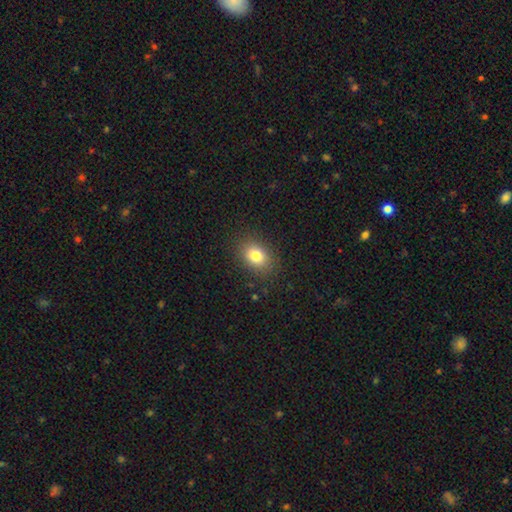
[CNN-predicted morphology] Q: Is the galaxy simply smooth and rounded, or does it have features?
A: smooth — 80%.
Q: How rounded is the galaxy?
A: in between — 66%.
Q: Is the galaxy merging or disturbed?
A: none — 86%.